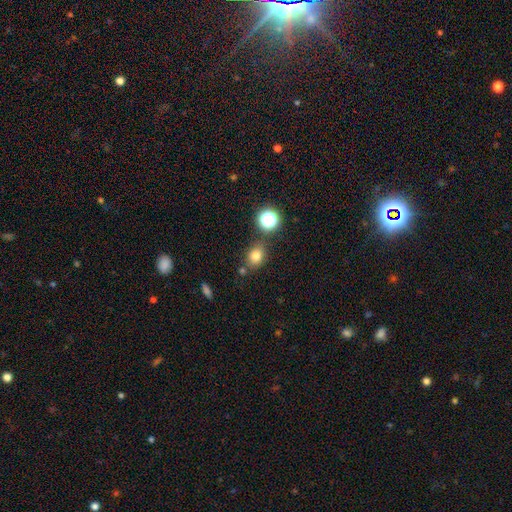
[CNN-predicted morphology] The model was most divided on "how rounded": round: 51%, in between: 48%, cigar-shaped: 1%. More confident: smooth or featured — smooth (77%); merging — none (73%).